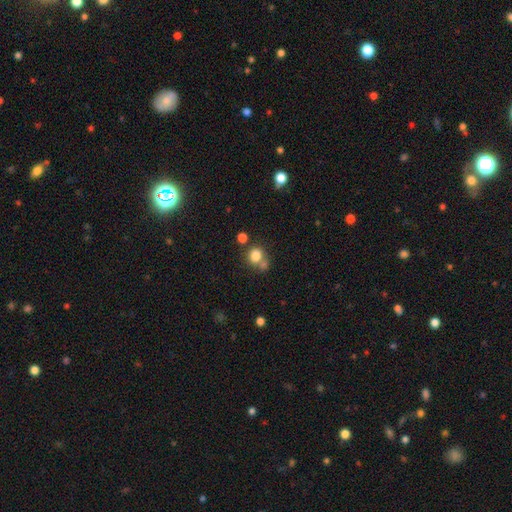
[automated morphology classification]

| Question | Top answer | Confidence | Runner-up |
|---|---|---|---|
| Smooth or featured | smooth | 80% | star or artifact (12%) |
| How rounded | round | 82% | in between (17%) |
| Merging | none | 54% | merger (30%) |